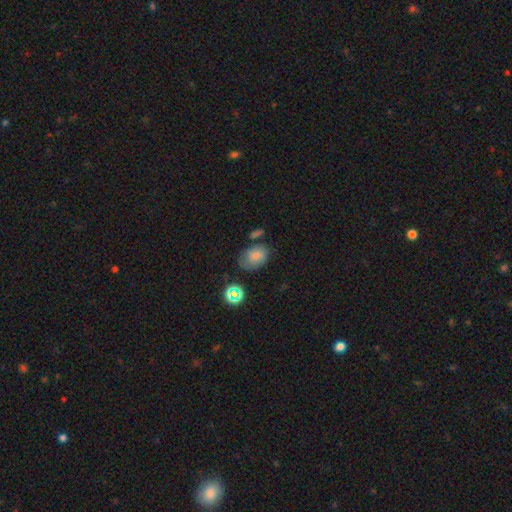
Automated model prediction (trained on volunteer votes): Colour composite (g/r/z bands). It shows a smooth galaxy with no disk features (69%) that is in between round and cigar-shaped (70%). Merging: none (55%).